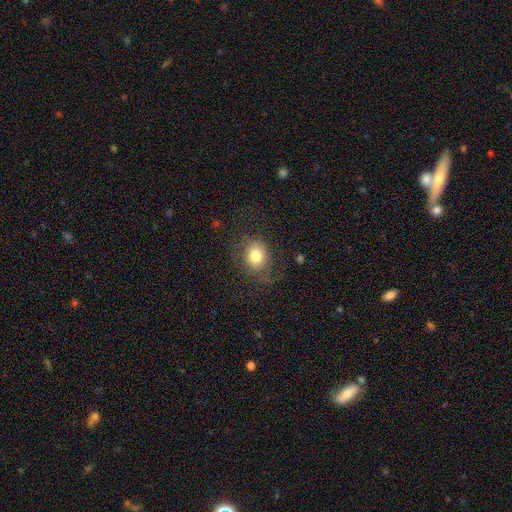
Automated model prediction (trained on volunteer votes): Smooth or featured? Predicted: smooth (p=0.75). How rounded? Predicted: round (p=0.63). Merging? Predicted: none (p=0.68).